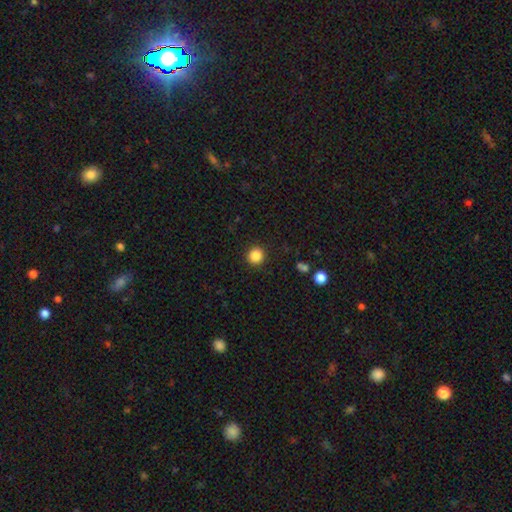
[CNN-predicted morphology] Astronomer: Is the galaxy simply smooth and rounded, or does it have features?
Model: smooth — 86%.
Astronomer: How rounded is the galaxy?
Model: round — 93%.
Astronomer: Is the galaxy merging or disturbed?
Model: none — 92%.